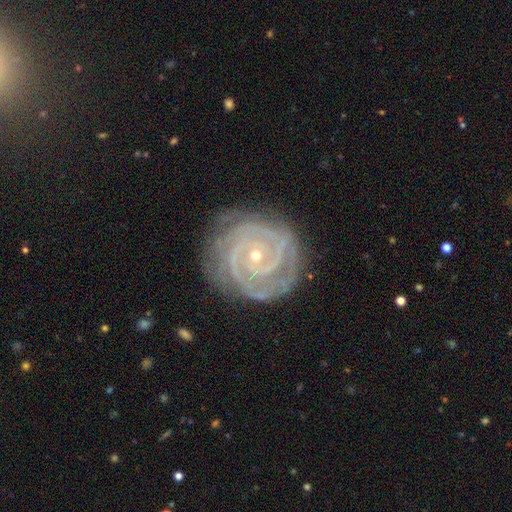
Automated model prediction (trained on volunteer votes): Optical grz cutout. It shows a featured or disk galaxy (91%) with no bar (67%), 2 (40%) tight (85%) spiral arms (98%) and a small central bulge (78%). Merging: none (79%).